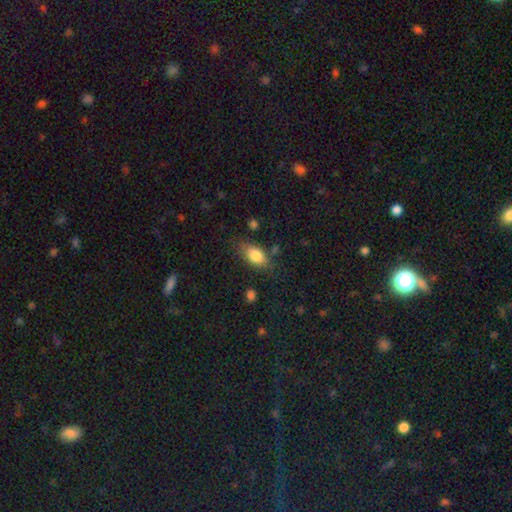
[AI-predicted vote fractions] A smooth galaxy with no disk features (82%) that is in between round and cigar-shaped (87%).

Vote fractions:
- Smooth or featured? smooth: 82% / featured or disk: 11% / star or artifact: 7%
- How rounded? in between: 87% / round: 7% / cigar-shaped: 6%
- Merging? none: 71% / minor disturbance: 20% / major disturbance: 6% / merger: 3%